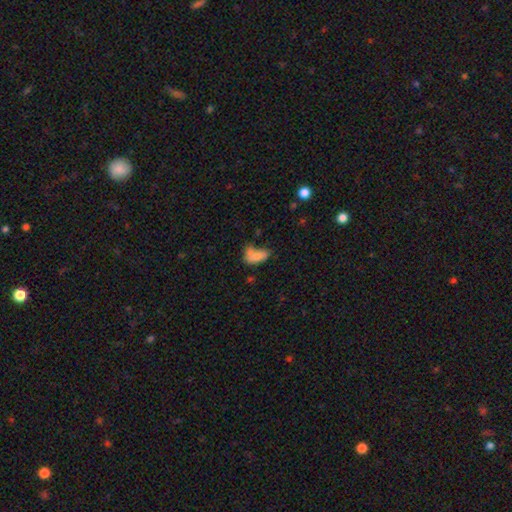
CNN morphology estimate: A smooth galaxy with no disk features (76%) that is in between round and cigar-shaped (87%).

Vote fractions:
- Smooth or featured? smooth: 76% / featured or disk: 13% / star or artifact: 10%
- How rounded? in between: 87% / cigar-shaped: 8% / round: 6%
- Merging? merger: 33% / none: 32% / minor disturbance: 21% / major disturbance: 14%